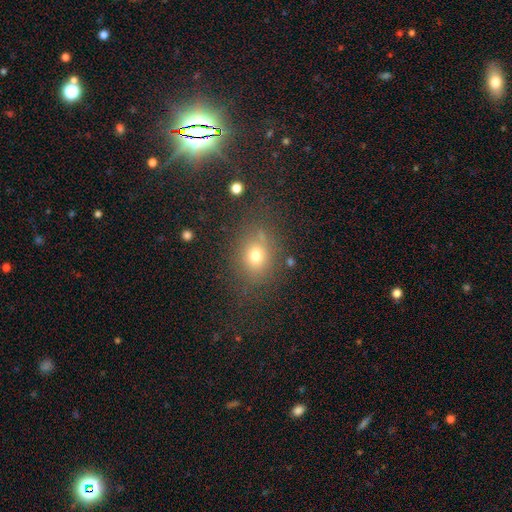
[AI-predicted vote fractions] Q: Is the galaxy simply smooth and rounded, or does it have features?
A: smooth — 71%.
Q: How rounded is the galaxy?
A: round — 58%.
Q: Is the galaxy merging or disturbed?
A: none — 75%.